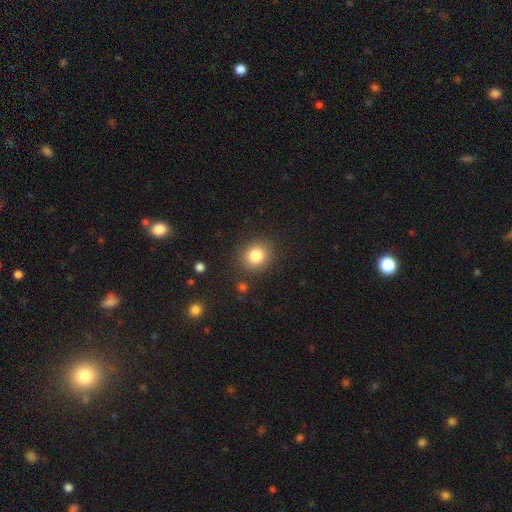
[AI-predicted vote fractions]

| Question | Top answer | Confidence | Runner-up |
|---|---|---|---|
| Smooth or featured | smooth | 82% | star or artifact (11%) |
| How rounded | round | 78% | in between (21%) |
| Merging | none | 86% | minor disturbance (9%) |